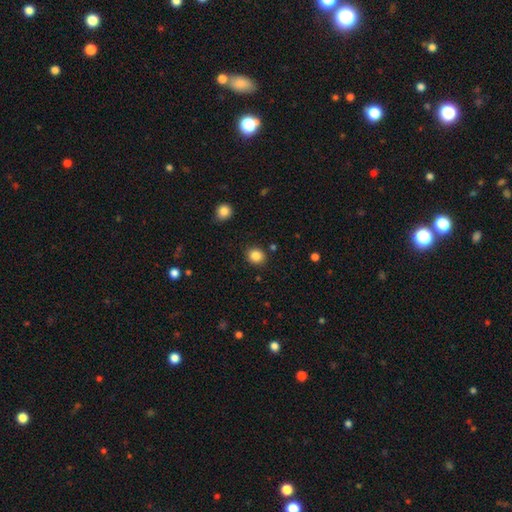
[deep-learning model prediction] Q: Smooth or featured?
A: smooth (85%); runner-up: star or artifact (10%)
Q: How rounded?
A: round (78%); runner-up: in between (21%)
Q: Merging?
A: none (88%); runner-up: minor disturbance (8%)